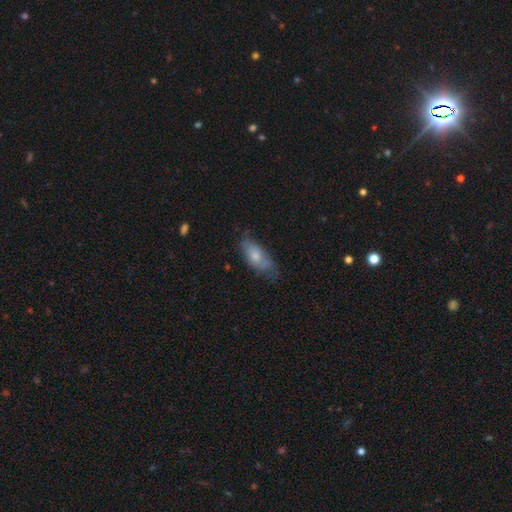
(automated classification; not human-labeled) Q: Smooth or featured?
A: smooth (68%); runner-up: featured or disk (25%)
Q: How rounded?
A: in between (86%); runner-up: cigar-shaped (11%)
Q: Merging?
A: none (53%); runner-up: minor disturbance (33%)